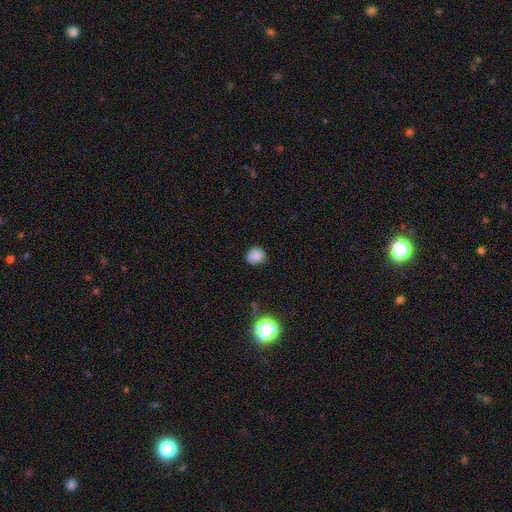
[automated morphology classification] type=smooth (82%); roundness=round (73%); merging=none (80%).